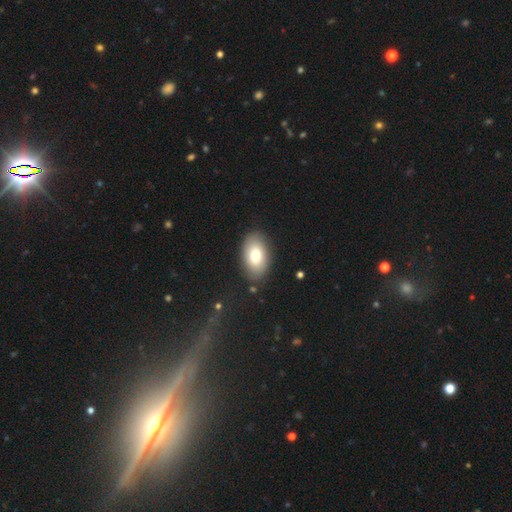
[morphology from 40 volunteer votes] Smooth or featured? 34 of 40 (85%) said smooth. How rounded? 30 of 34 (88%) said in between. Merging? 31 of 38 (82%) said none.